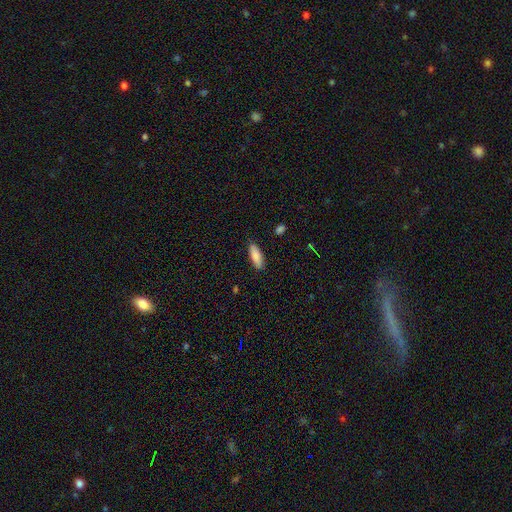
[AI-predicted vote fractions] This is clearly a smooth galaxy (86%). How rounded: likely in between (63%). Merging: clearly none (86%).